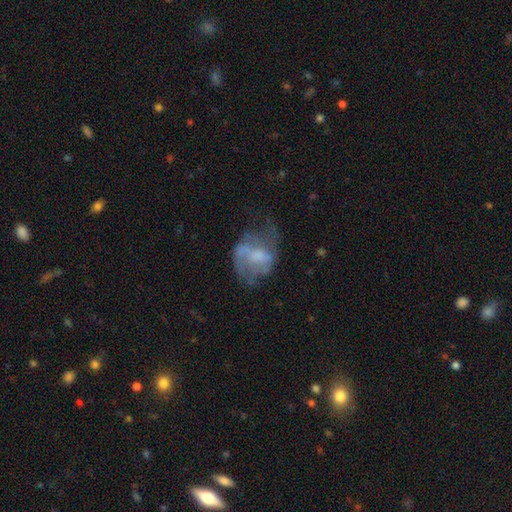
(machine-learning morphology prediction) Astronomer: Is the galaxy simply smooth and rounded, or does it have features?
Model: featured or disk — 56% (runner-up: smooth, 33%).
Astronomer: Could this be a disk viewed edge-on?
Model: no — 97%.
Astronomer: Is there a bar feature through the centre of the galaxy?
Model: no — 58% (runner-up: weak, 34%).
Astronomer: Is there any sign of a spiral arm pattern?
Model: no — 51% (runner-up: yes, 49%).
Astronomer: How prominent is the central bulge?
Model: moderate — 32% (runner-up: none, 31%).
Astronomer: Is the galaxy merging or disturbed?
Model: major disturbance — 41% (runner-up: none, 32%).